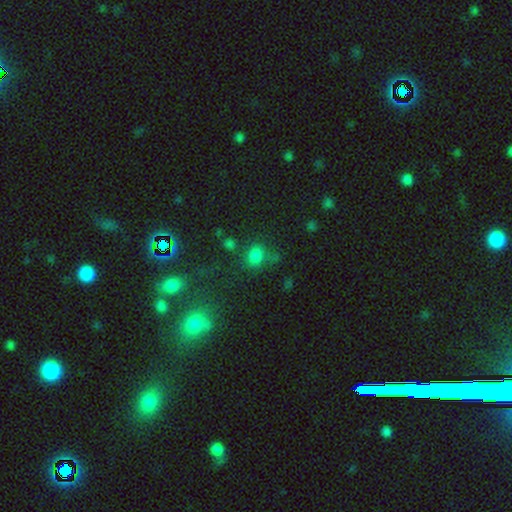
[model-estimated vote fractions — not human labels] A smooth galaxy with no disk features (71%) that is round (51%).

Vote fractions:
- Smooth or featured? smooth: 71% / star or artifact: 22% / featured or disk: 7%
- How rounded? round: 51% / in between: 47% / cigar-shaped: 2%
- Merging? none: 61% / minor disturbance: 18% / major disturbance: 10% / merger: 10%